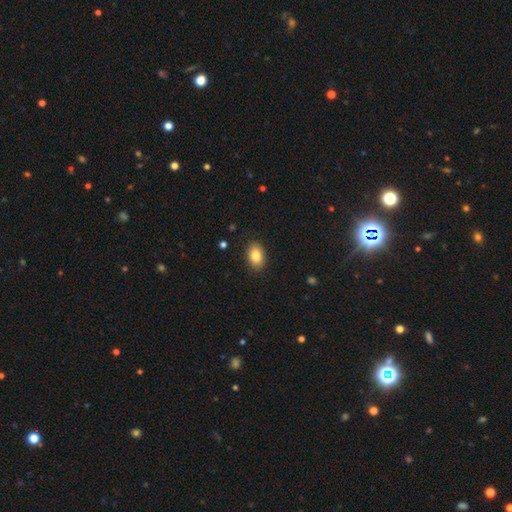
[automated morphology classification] Smooth or featured? smooth (85%)
How rounded? in between (87%)
Merging? none (88%)